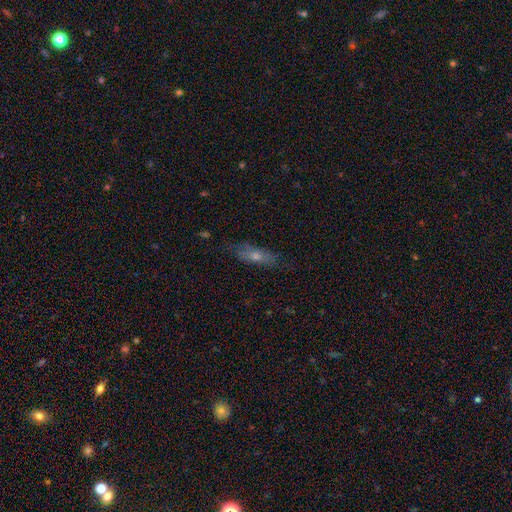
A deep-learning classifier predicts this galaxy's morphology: Overall: smooth (49%; featured or disk 41%). Merging: none (75%).